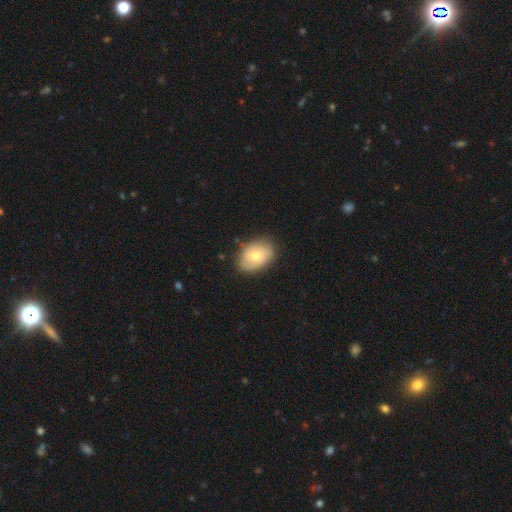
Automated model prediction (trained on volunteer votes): Smooth or featured: smooth — 60% (featured or disk — 34%)
How rounded: in between — 79% (round — 20%)
Merging: none — 79% (minor disturbance — 16%)